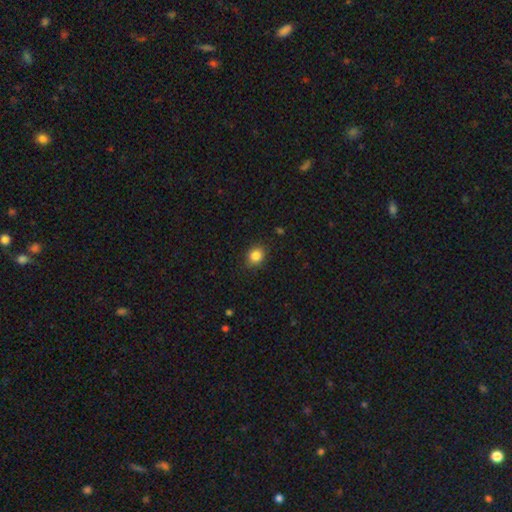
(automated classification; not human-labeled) Q: Smooth or featured?
A: smooth (85%); runner-up: star or artifact (10%)
Q: How rounded?
A: round (68%); runner-up: in between (31%)
Q: Merging?
A: none (88%); runner-up: minor disturbance (9%)